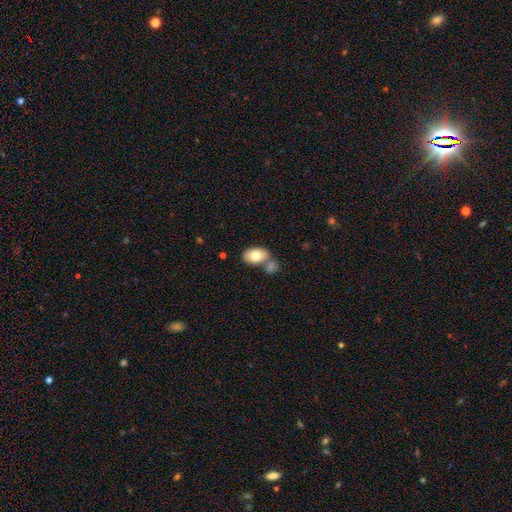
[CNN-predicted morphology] smooth 77%, featured or disk 16%, star or artifact 7%. Down the decision tree: how rounded — in between (90%); merging — none (51%).